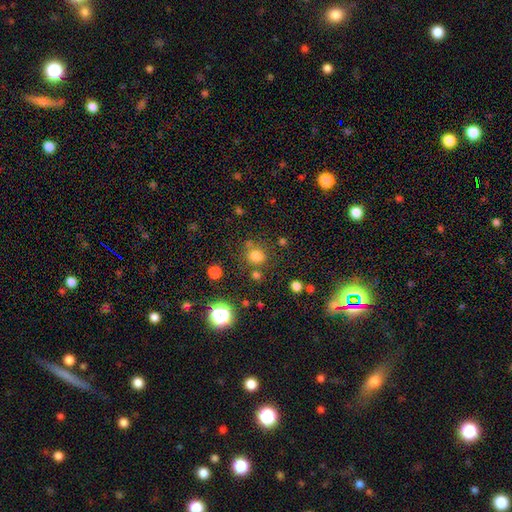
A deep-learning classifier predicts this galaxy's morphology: Q: Smooth or featured?
A: smooth (73%); runner-up: star or artifact (19%)
Q: How rounded?
A: round (75%); runner-up: in between (24%)
Q: Merging?
A: none (67%); runner-up: minor disturbance (14%)